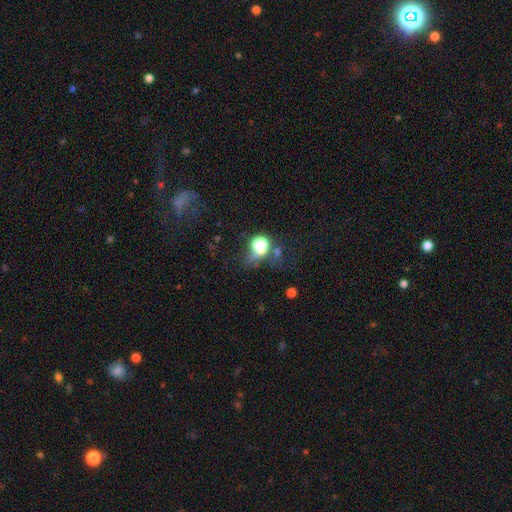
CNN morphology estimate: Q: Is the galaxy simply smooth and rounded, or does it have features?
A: star or artifact — 43%.